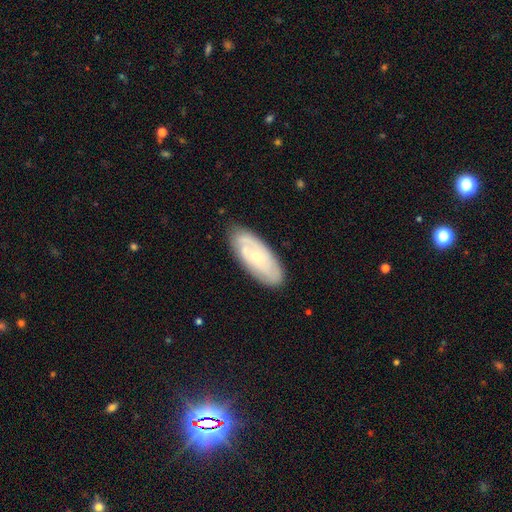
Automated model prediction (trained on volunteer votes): Morphology: type=featured or disk (57%); edge-on=no (88%); merging=none (81%).